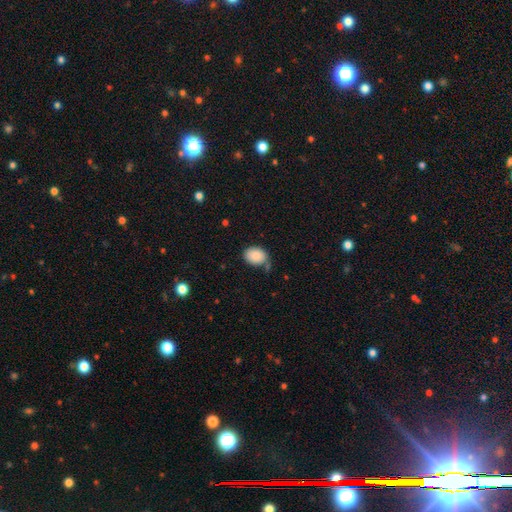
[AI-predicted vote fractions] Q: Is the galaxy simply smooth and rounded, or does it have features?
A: smooth — 88%.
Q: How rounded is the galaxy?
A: in between — 66%.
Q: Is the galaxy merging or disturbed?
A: none — 64%.